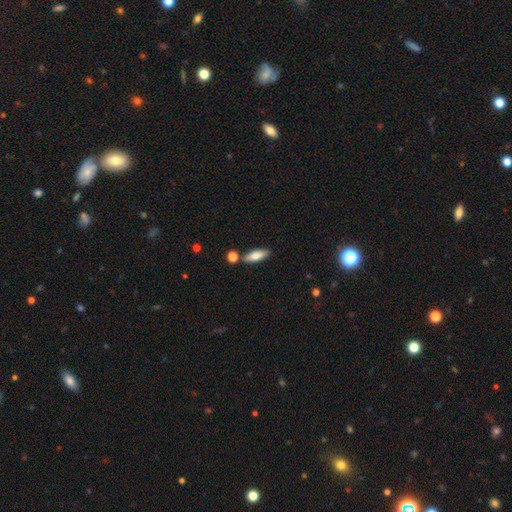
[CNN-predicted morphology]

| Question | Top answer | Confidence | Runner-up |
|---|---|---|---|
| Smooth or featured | smooth | 74% | featured or disk (20%) |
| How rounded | in between | 60% | cigar-shaped (37%) |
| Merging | none | 79% | minor disturbance (10%) |